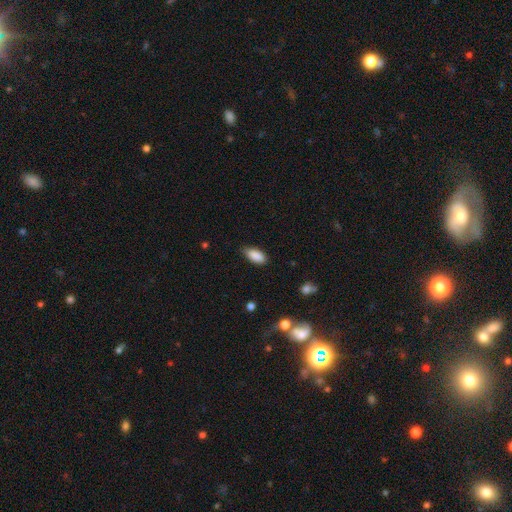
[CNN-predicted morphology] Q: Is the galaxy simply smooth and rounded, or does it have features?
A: smooth — 88%.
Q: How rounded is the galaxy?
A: in between — 89%.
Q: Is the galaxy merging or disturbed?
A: none — 77%.